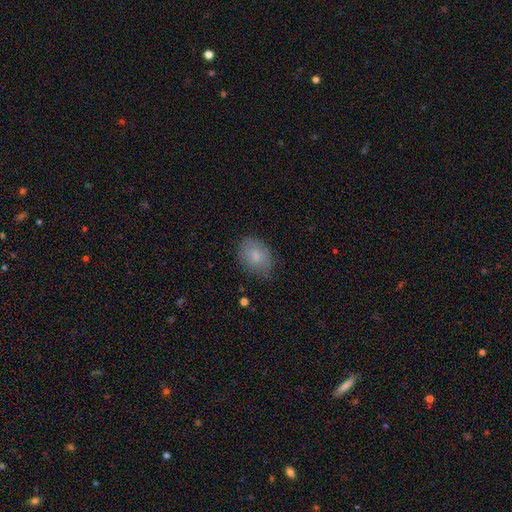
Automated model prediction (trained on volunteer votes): Smooth or featured?
  - smooth: 80% *
  - featured or disk: 12%
  - star or artifact: 8%
How rounded?
  - in between: 73% *
  - round: 26%
  - cigar-shaped: 1%
Merging?
  - none: 71% *
  - minor disturbance: 23%
  - major disturbance: 5%
  - merger: 1%